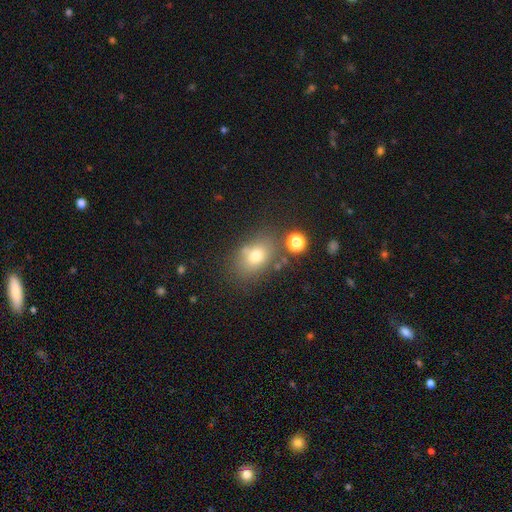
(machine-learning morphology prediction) This is likely a smooth galaxy (72%). How rounded: likely in between (70%). Merging: likely none (68%).